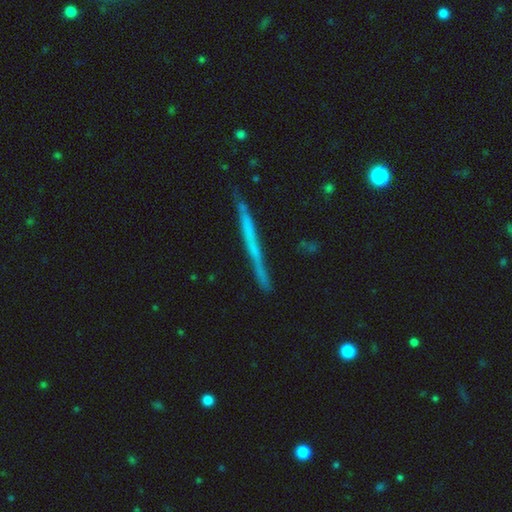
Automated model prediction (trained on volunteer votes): This is possibly a featured or disk galaxy (54%). It is clearly viewed edge-on (96%). Edge-on bulge: clearly none (89%). Merging: clearly none (84%).